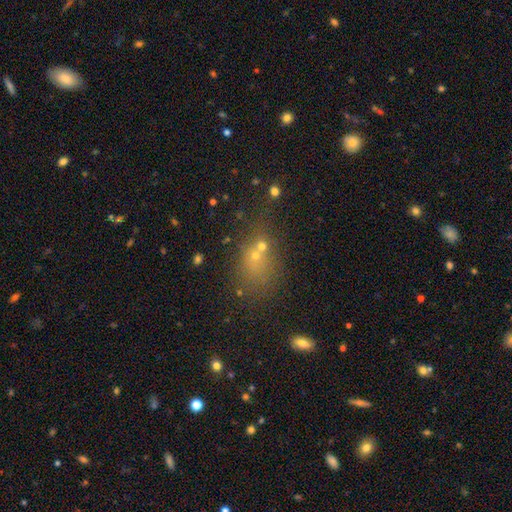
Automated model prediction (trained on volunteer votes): Smooth or featured? smooth (46%)
Merging? none (45%)